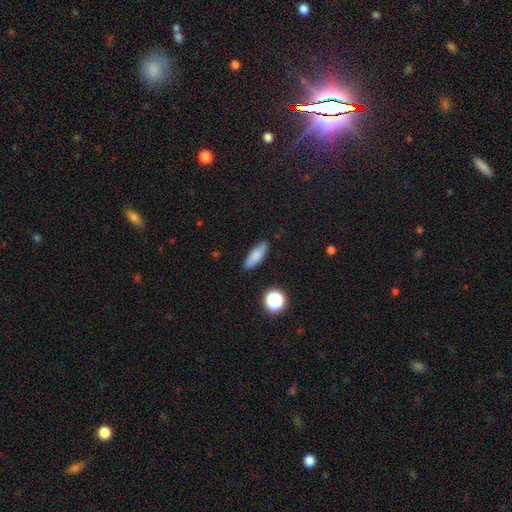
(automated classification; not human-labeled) Smooth or featured? smooth (79%)
How rounded? in between (56%)
Merging? none (85%)